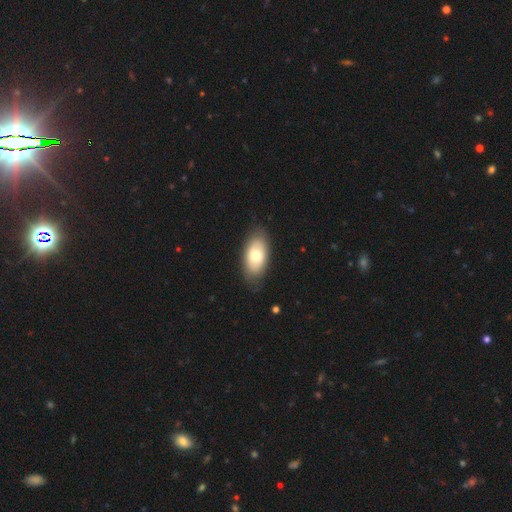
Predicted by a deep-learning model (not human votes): Smooth or featured? Predicted: smooth (p=0.70). How rounded? Predicted: in between (p=0.93). Merging? Predicted: none (p=0.82).